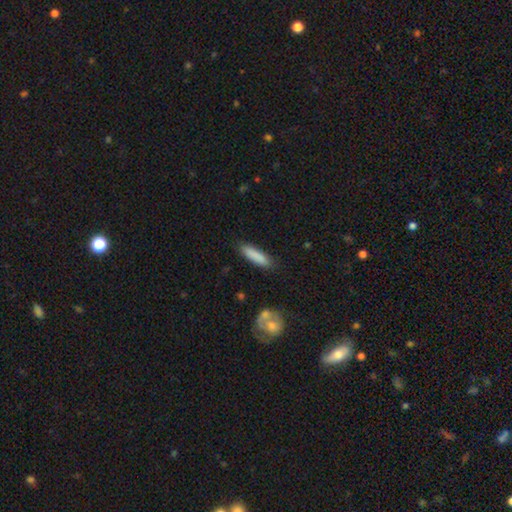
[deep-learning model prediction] A smooth galaxy with no disk features (86%) that is cigar-shaped (71%).

Vote fractions:
- Smooth or featured? smooth: 86% / featured or disk: 8% / star or artifact: 6%
- How rounded? cigar-shaped: 71% / in between: 28% / round: 1%
- Merging? none: 85% / minor disturbance: 10% / major disturbance: 2% / merger: 2%